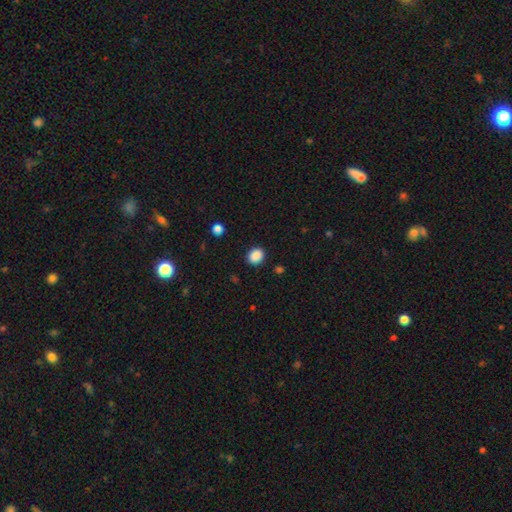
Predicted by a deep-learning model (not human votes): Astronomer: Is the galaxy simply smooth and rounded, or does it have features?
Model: smooth — 88%.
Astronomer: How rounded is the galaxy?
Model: round — 66%.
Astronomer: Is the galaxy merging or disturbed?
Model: none — 89%.